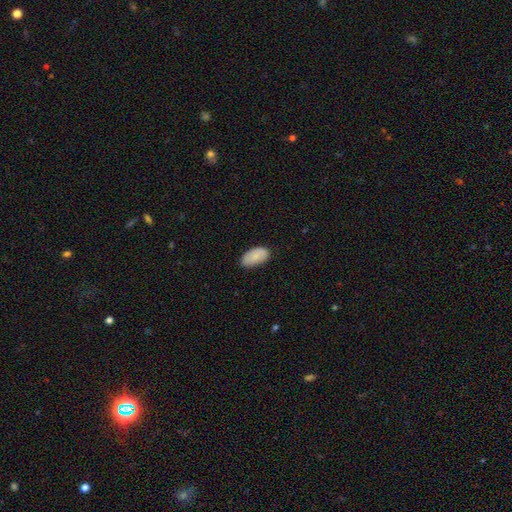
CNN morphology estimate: A smooth galaxy with no disk features (86%) that is in between round and cigar-shaped (95%). Merging: none (78%).